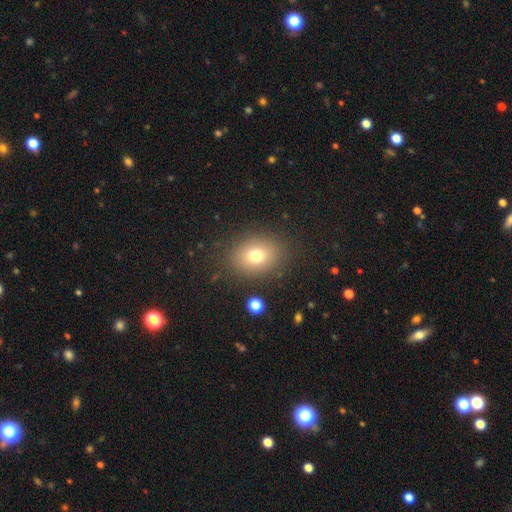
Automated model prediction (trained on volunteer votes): Smooth or featured: smooth — 76% (star or artifact — 13%)
How rounded: round — 53% (in between — 47%)
Merging: none — 85% (minor disturbance — 9%)